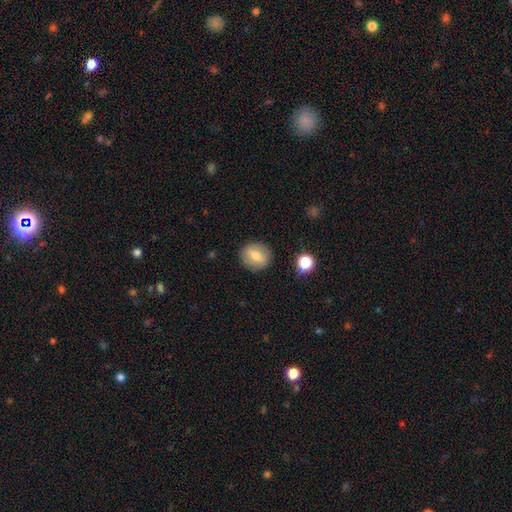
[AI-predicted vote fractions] Smooth or featured: smooth — 60% (featured or disk — 31%)
How rounded: round — 80% (in between — 19%)
Merging: none — 87% (minor disturbance — 9%)